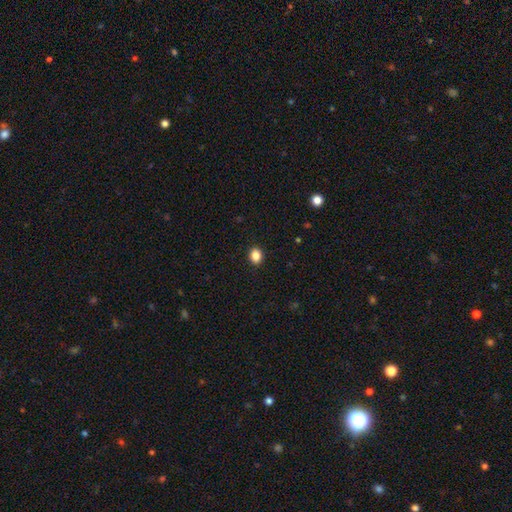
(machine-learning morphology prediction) smooth 86%, star or artifact 10%, featured or disk 4%. Down the decision tree: how rounded — round (53%); merging — none (91%).